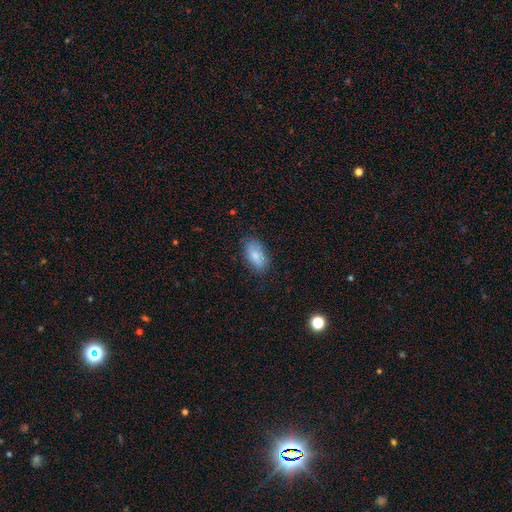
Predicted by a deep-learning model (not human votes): This is likely a smooth galaxy (80%). How rounded: clearly in between (92%). Merging: likely none (75%).